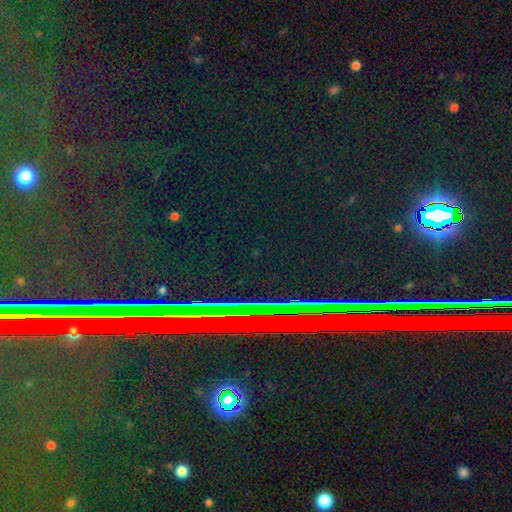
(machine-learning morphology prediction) A star or artifact, not a galaxy (86%).

Vote fractions:
- Smooth or featured? star or artifact: 86% / featured or disk: 7% / smooth: 7%